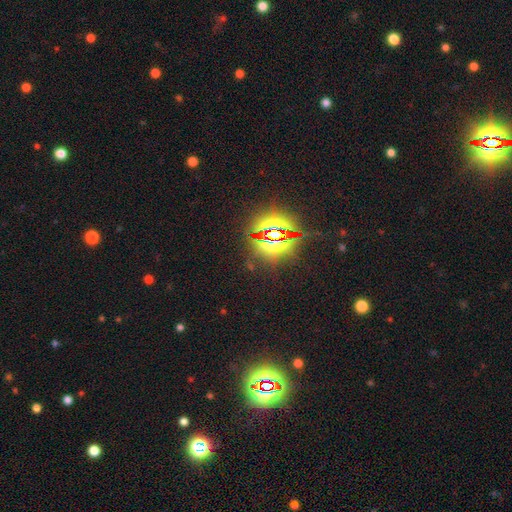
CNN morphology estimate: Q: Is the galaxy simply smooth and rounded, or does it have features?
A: star or artifact — 85%.